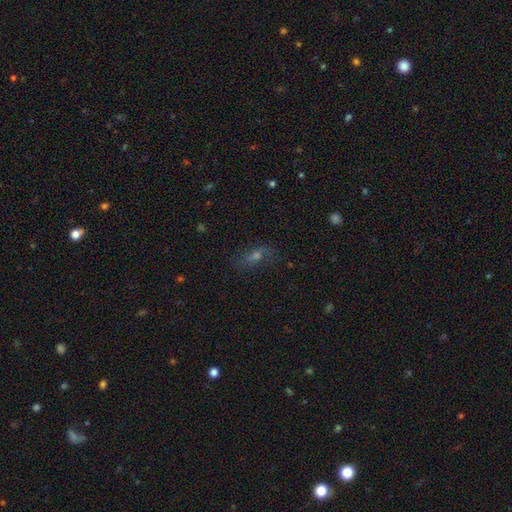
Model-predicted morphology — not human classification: A smooth galaxy with no disk features (37%). Merging: none (73%).